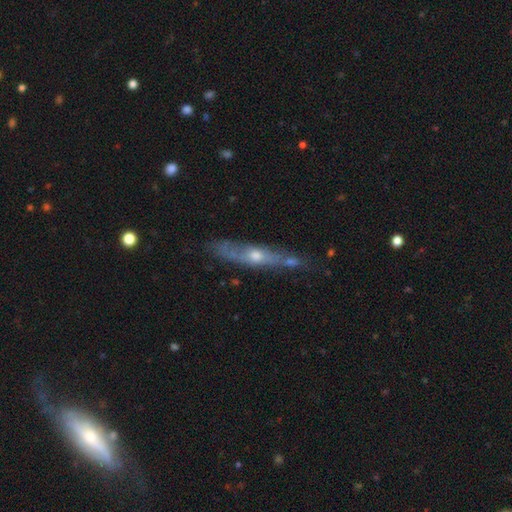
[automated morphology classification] This is likely a featured or disk galaxy (68%). It is likely viewed edge-on (78%). Edge-on bulge: clearly rounded (84%). Merging: likely none (73%).